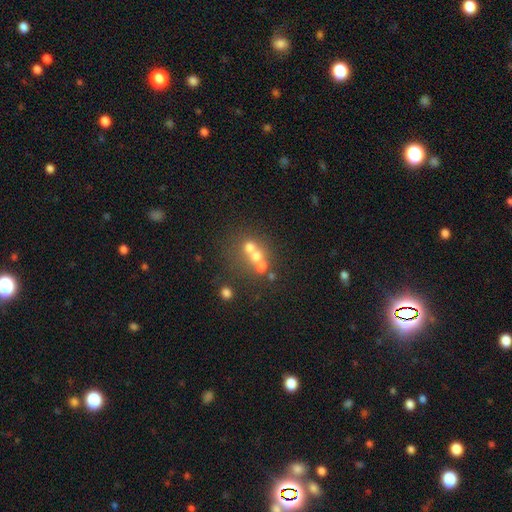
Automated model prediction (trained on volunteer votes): A smooth galaxy with no disk features (48%). Merging: merger (55%).